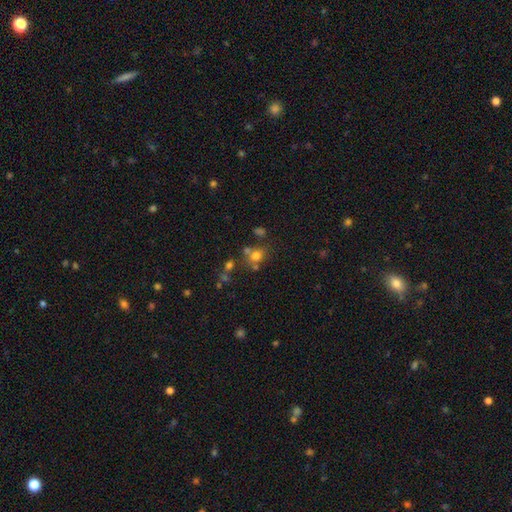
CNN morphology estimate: type=smooth (69%); roundness=round (69%); merging=none (55%).